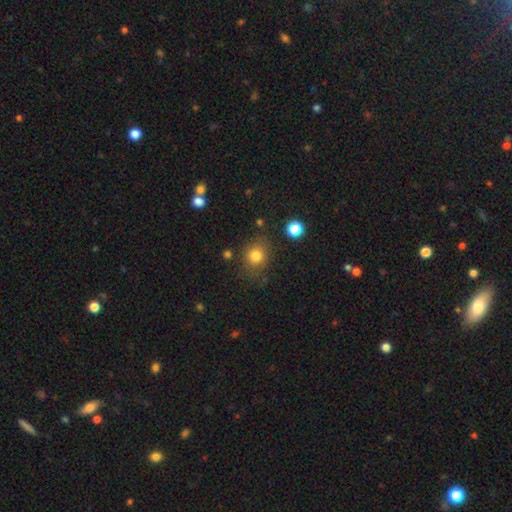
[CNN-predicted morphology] smooth 81%, star or artifact 12%, featured or disk 7%. Down the decision tree: how rounded — round (74%); merging — none (78%).